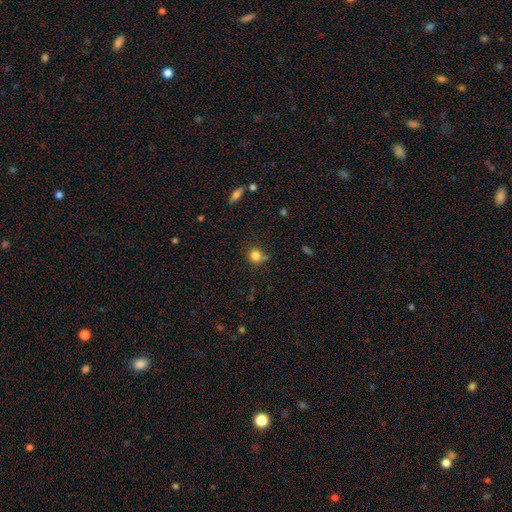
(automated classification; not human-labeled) Smooth or featured: smooth — 81% (star or artifact — 12%)
How rounded: round — 86% (in between — 13%)
Merging: none — 65% (minor disturbance — 21%)